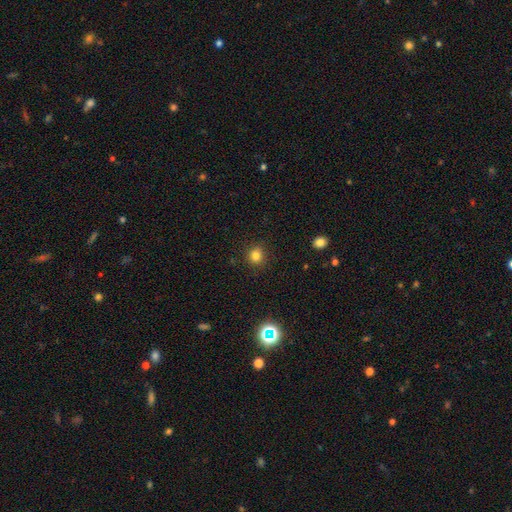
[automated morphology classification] Smooth or featured: smooth — 81% (star or artifact — 14%)
How rounded: round — 86% (in between — 13%)
Merging: none — 89% (minor disturbance — 8%)